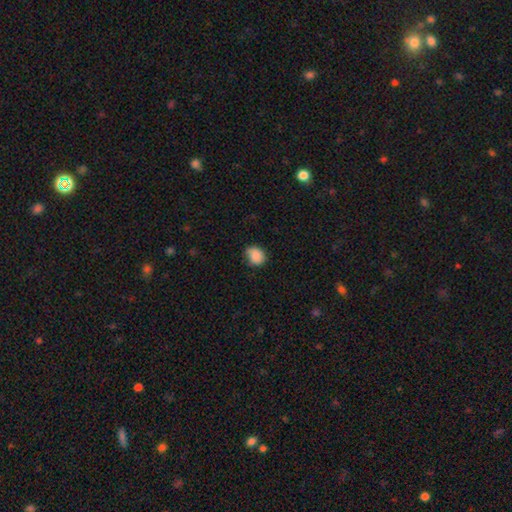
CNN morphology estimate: Smooth or featured: smooth — 87% (star or artifact — 9%)
How rounded: round — 62% (in between — 38%)
Merging: none — 67% (minor disturbance — 27%)